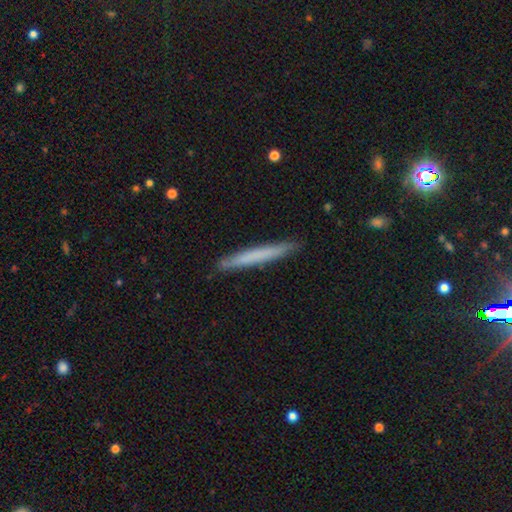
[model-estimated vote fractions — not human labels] A smooth galaxy with no disk features (65%) that is cigar-shaped (97%). Merging: none (90%).